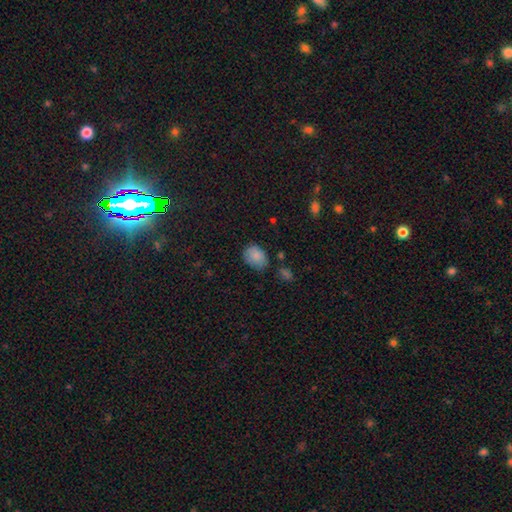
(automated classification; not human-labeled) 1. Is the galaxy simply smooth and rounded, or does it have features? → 84% smooth, 9% star or artifact, 7% featured or disk.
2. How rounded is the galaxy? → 69% in between, 30% round, 1% cigar-shaped.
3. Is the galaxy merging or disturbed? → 65% none, 26% minor disturbance, 5% major disturbance, 3% merger.